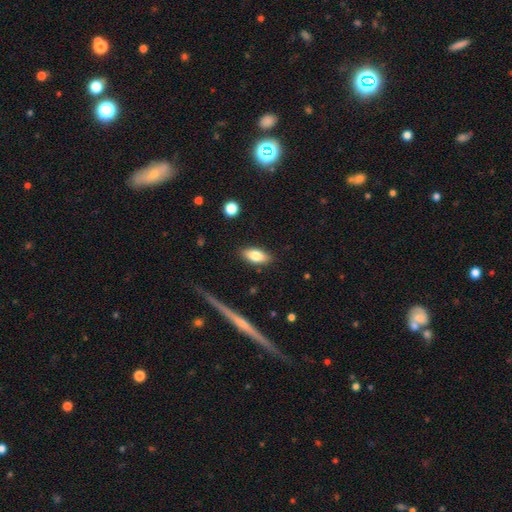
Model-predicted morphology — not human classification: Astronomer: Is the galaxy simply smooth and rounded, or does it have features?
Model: smooth — 78%.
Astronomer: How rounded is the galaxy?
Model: in between — 85%.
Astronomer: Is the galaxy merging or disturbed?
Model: none — 87%.